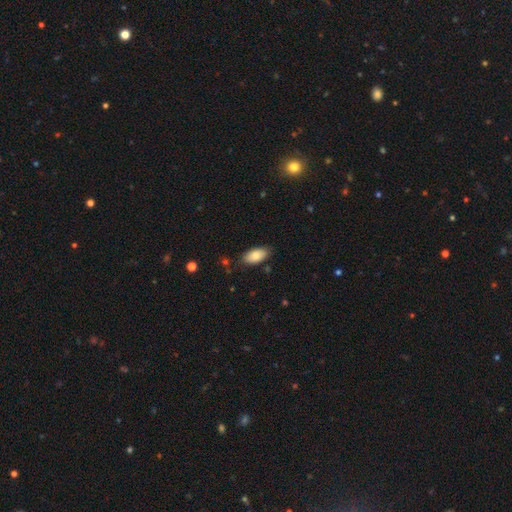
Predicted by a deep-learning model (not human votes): The model was most divided on "merging": none: 81%, minor disturbance: 14%, major disturbance: 3%, merger: 2%. More confident: how rounded — in between (93%); smooth or featured — smooth (83%).